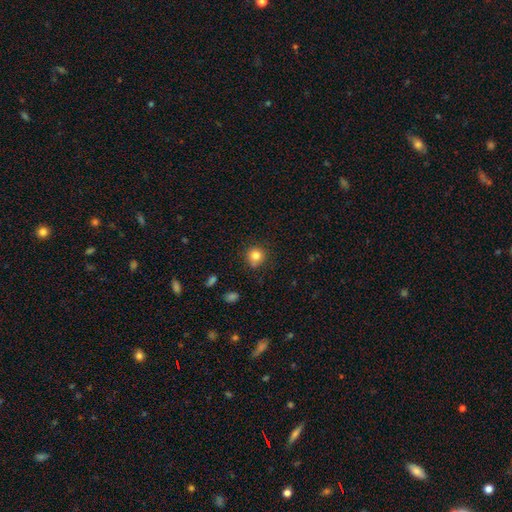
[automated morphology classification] Overall: smooth (82%). How rounded: round (91%). Merging: none (78%).